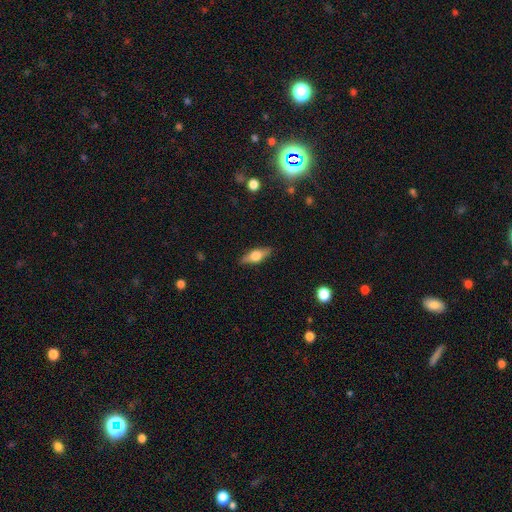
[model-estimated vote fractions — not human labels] Smooth or featured: smooth — 52% (featured or disk — 42%)
How rounded: in between — 62% (cigar-shaped — 34%)
Merging: none — 87% (minor disturbance — 9%)